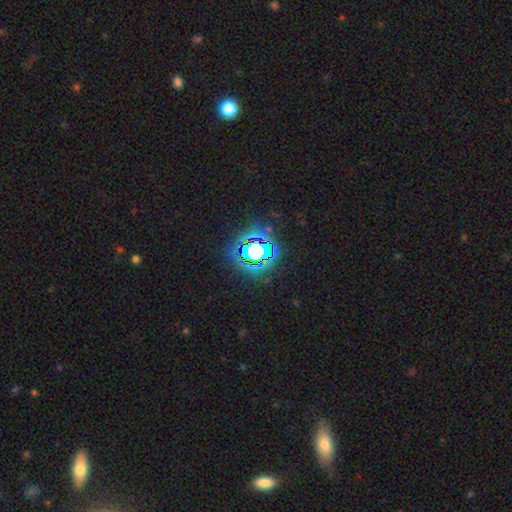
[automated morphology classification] Overall: star or artifact (73%).